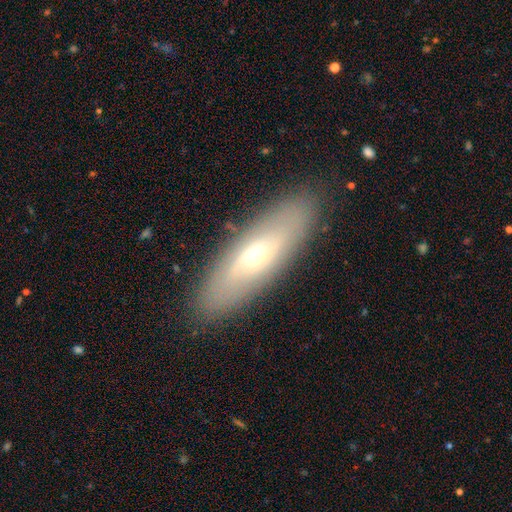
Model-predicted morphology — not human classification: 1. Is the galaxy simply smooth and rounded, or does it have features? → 51% featured or disk, 42% smooth, 8% star or artifact.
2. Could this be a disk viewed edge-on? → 67% no, 33% yes.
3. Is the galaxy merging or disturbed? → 88% none, 8% minor disturbance, 2% major disturbance, 1% merger.